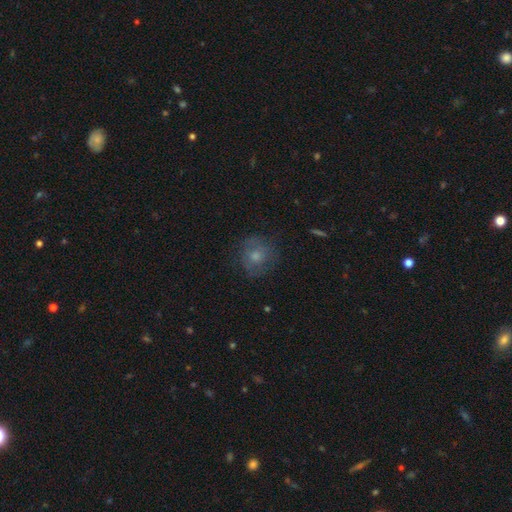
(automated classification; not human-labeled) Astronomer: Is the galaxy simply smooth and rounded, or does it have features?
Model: smooth — 43% (runner-up: featured or disk, 37%).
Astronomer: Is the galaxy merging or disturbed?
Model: none — 79%.